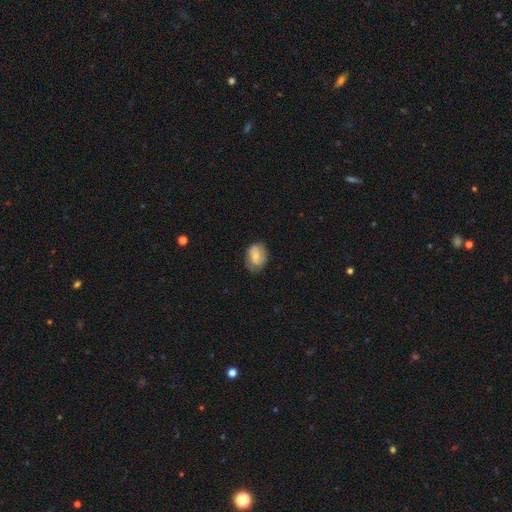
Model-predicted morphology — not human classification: This appears to be a smooth galaxy with no disk features (67%) that is in between round and cigar-shaped (70%). Merging: none (67%).